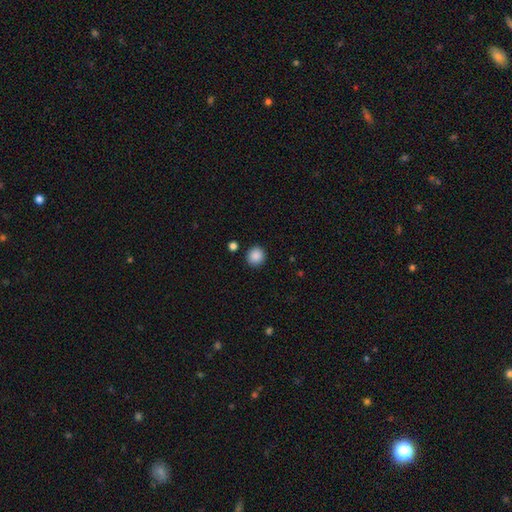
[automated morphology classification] type=smooth (89%); roundness=round (90%); merging=none (89%).